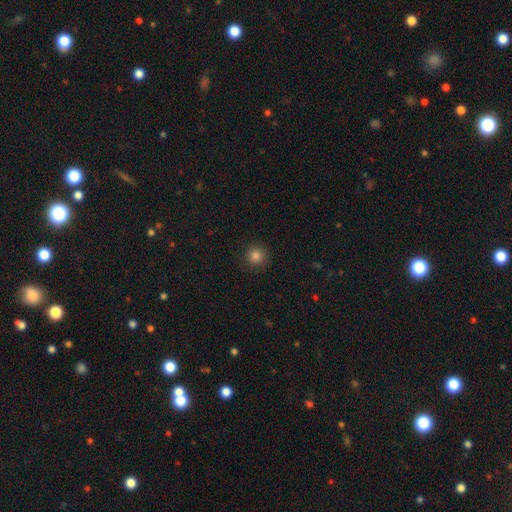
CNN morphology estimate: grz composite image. It shows a smooth galaxy with no disk features (84%) that is round (94%). Merging: none (90%).